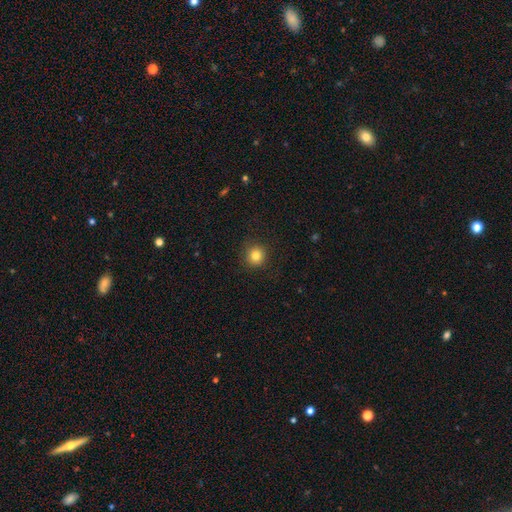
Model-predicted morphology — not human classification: This appears to be a smooth galaxy with no disk features (82%) that is round (93%). Merging: none (90%).